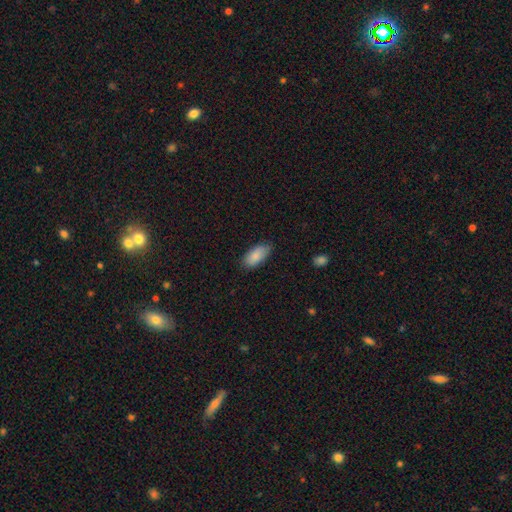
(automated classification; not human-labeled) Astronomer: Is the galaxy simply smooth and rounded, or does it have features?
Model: smooth — 87%.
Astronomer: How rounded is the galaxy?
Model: in between — 90%.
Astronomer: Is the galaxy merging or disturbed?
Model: none — 79%.